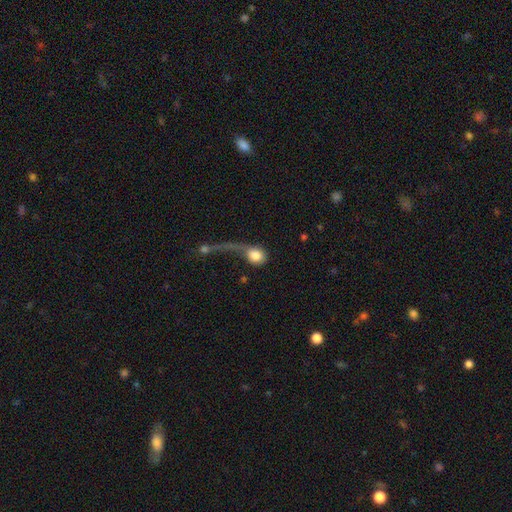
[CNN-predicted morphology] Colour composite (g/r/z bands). It shows a smooth galaxy with no disk features (75%) that is round (63%). Merging: major disturbance (48%).